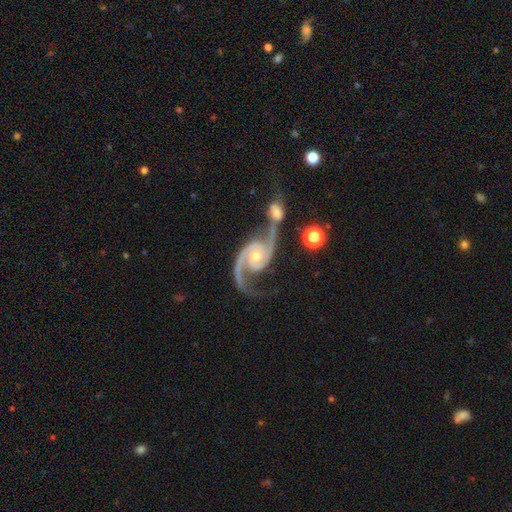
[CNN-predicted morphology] featured or disk 93%, star or artifact 4%, smooth 2%. Down the decision tree: edge-on disk — no (98%); bar — no (65%); spiral arms — yes (99%); spiral arm count — 2 (93%); spiral winding — medium (55%); bulge size — moderate (56%); merging — merger (43%).